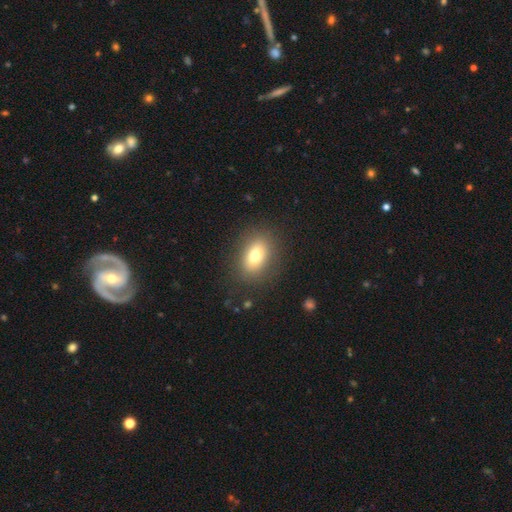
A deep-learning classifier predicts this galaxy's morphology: The model was most divided on "how rounded": in between: 76%, round: 22%, cigar-shaped: 2%. More confident: merging — none (85%); smooth or featured — smooth (74%).